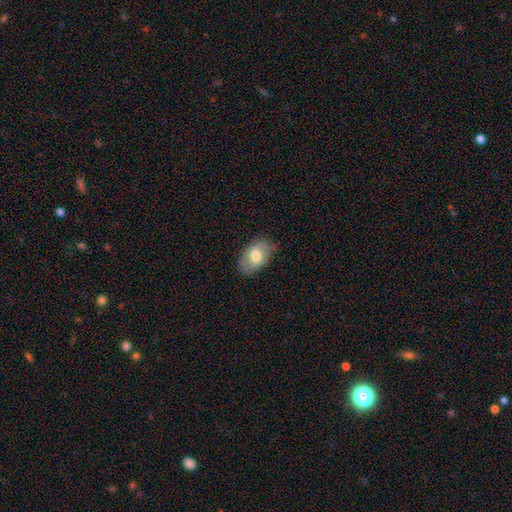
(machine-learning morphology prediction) Q: Smooth or featured?
A: smooth (68%); runner-up: featured or disk (26%)
Q: How rounded?
A: in between (90%); runner-up: round (9%)
Q: Merging?
A: none (70%); runner-up: minor disturbance (24%)